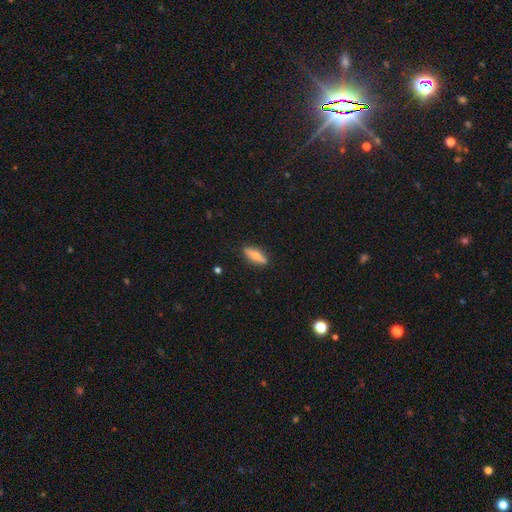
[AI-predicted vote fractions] Smooth or featured? Predicted: smooth (p=0.63). How rounded? Predicted: cigar-shaped (p=0.53). Merging? Predicted: none (p=0.86).